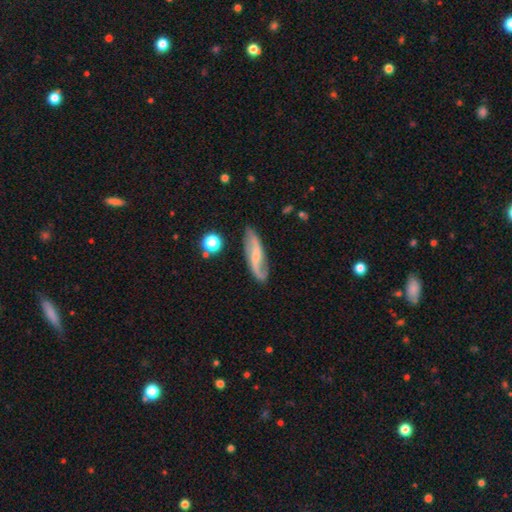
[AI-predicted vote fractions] This appears to be a featured or disk galaxy (78%) with a weak bar (45%), 2 (89%) loose (62%) spiral arms (95%) and a small central bulge (51%). Merging: none (79%).